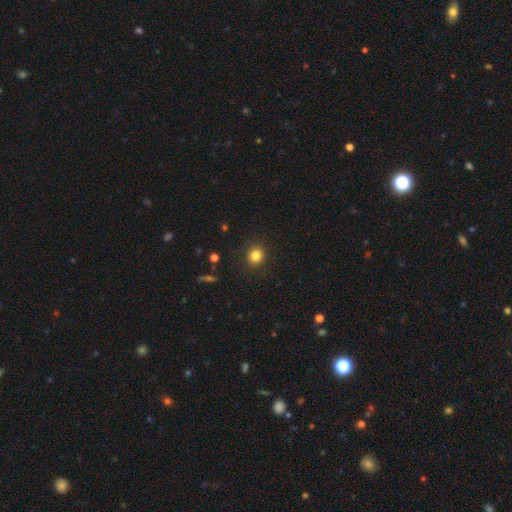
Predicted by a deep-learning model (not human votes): A smooth galaxy with no disk features (83%) that is round (86%). Merging: none (89%).